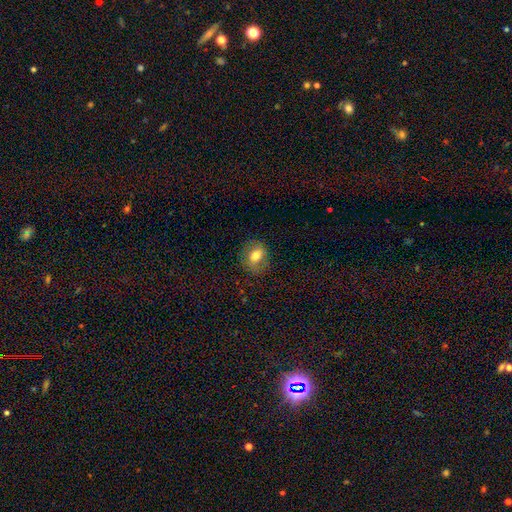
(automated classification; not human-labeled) Overall: smooth (68%). How rounded: in between (52%; round 46%). Merging: none (78%).